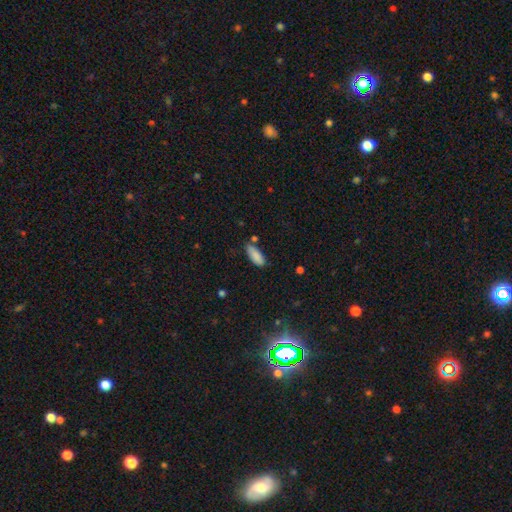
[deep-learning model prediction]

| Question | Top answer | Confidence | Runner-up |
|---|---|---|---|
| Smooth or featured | smooth | 87% | star or artifact (7%) |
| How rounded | in between | 72% | cigar-shaped (26%) |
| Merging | none | 71% | minor disturbance (20%) |